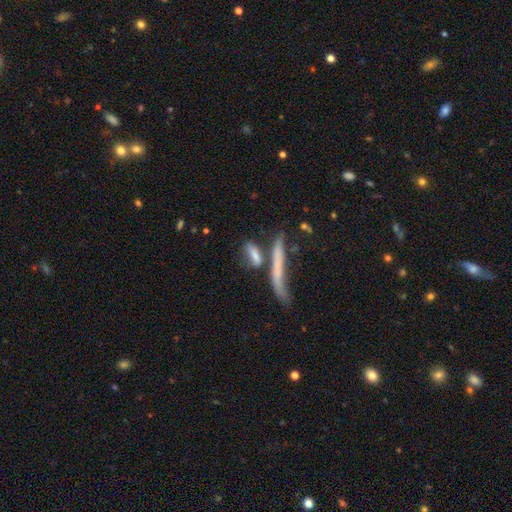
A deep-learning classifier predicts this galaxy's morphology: A smooth galaxy with no disk features (55%) that is cigar-shaped (76%). Merging: none (38%).